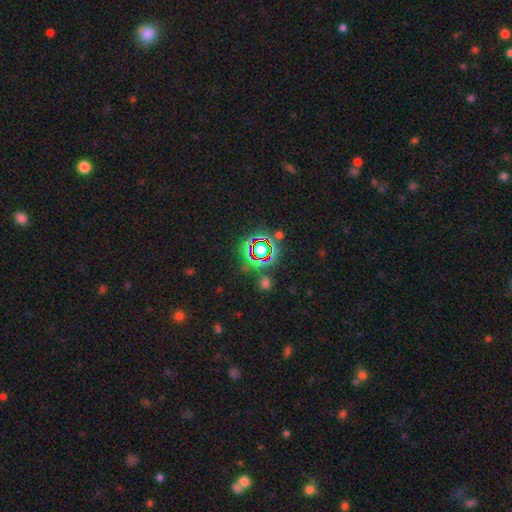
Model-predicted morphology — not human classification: type=star or artifact (77%).